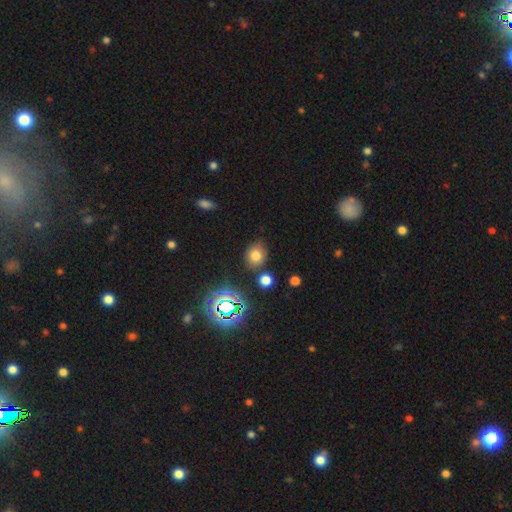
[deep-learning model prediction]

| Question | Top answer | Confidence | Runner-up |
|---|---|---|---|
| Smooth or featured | smooth | 70% | star or artifact (20%) |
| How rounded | round | 62% | in between (37%) |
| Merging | none | 75% | minor disturbance (14%) |